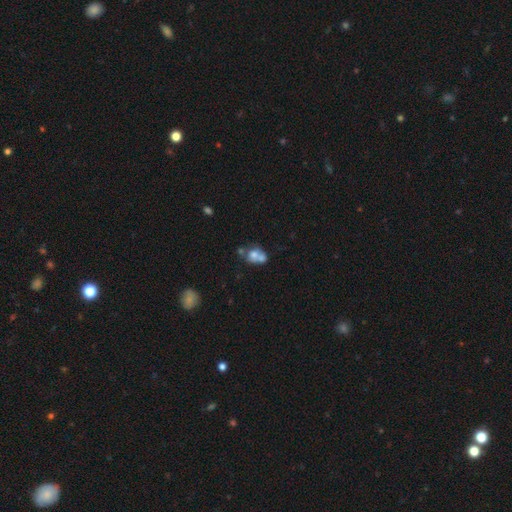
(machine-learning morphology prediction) Smooth or featured? smooth (62%)
How rounded? round (58%)
Merging? merger (58%)